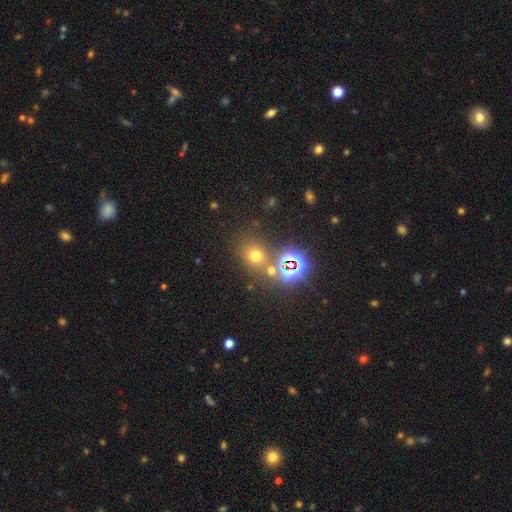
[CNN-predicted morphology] A smooth galaxy with no disk features (55%) that is round (69%). Merging: none (67%).